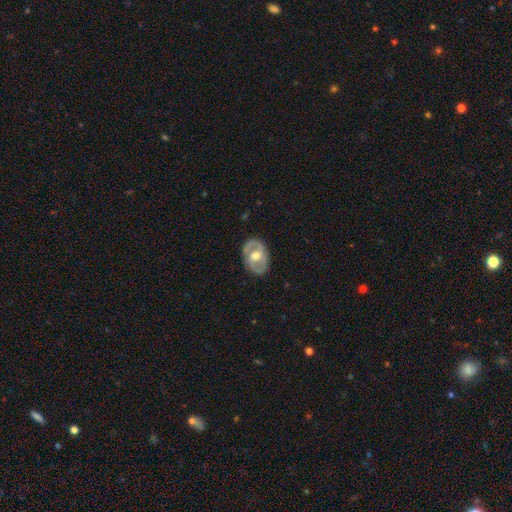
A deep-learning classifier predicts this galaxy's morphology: Smooth or featured: featured or disk — 72% (smooth — 23%)
Edge-on disk: no — 95% (yes — 5%)
Bar: no — 43% (weak — 41%)
Spiral arms: yes — 67% (no — 33%)
Bulge size: moderate — 63% (large — 23%)
Merging: none — 81% (minor disturbance — 14%)